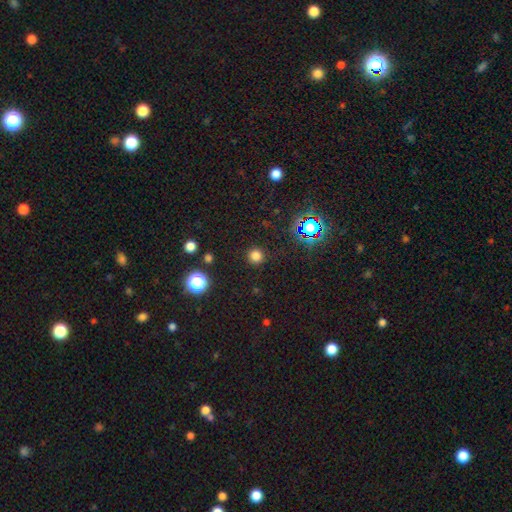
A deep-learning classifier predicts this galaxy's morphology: Q: Smooth or featured?
A: smooth (77%); runner-up: star or artifact (19%)
Q: How rounded?
A: round (95%); runner-up: in between (4%)
Q: Merging?
A: none (90%); runner-up: minor disturbance (6%)